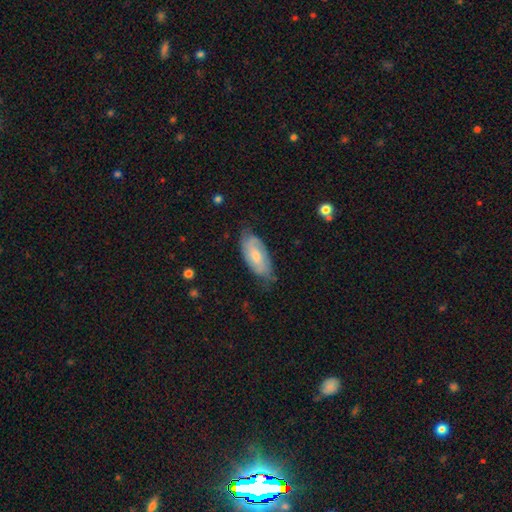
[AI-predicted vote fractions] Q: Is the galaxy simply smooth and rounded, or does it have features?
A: featured or disk — 55%.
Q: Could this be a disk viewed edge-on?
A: no — 90%.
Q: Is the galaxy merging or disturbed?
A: none — 66%.